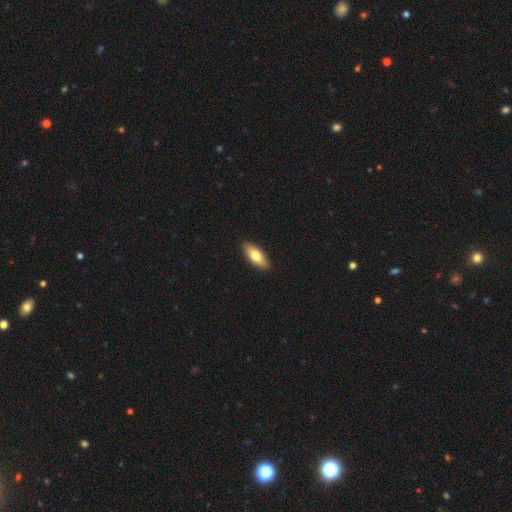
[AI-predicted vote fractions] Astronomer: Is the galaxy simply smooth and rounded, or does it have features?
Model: smooth — 74%.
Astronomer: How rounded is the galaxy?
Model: in between — 75%.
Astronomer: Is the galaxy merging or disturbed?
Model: none — 90%.